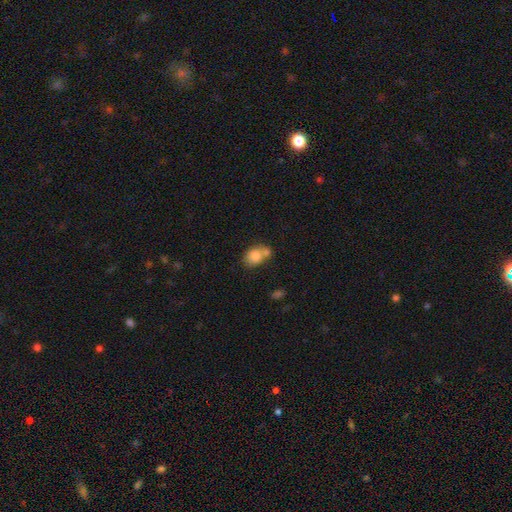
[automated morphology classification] Smooth or featured: smooth — 81% (featured or disk — 10%)
How rounded: in between — 54% (round — 45%)
Merging: merger — 44% (none — 39%)